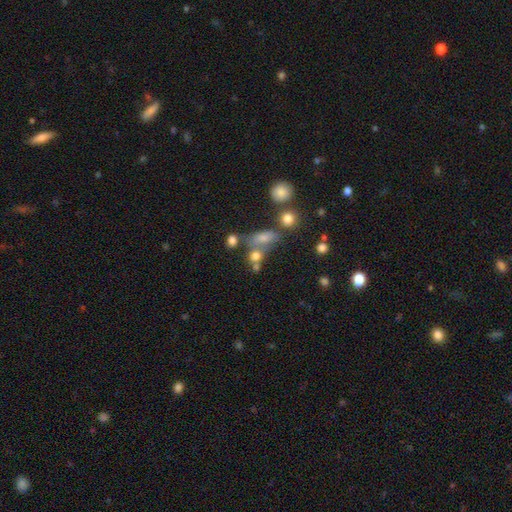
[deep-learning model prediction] This is likely a smooth galaxy (68%). How rounded: possibly in between (49%). Merging: marginally none (42%).